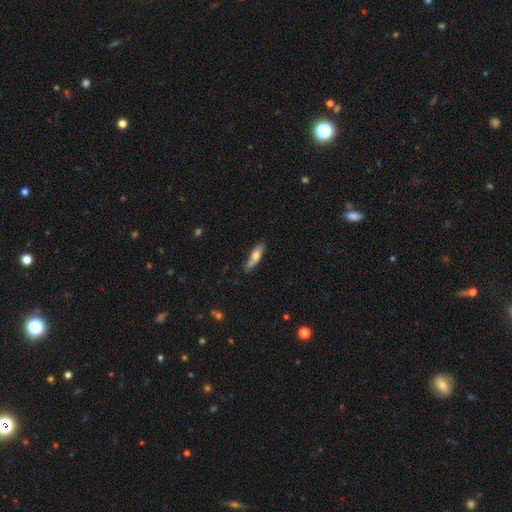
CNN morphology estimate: Smooth or featured?
  - smooth: 62% *
  - featured or disk: 32%
  - star or artifact: 6%
How rounded?
  - cigar-shaped: 64% *
  - in between: 34%
  - round: 2%
Merging?
  - none: 76% *
  - minor disturbance: 18%
  - major disturbance: 3%
  - merger: 2%